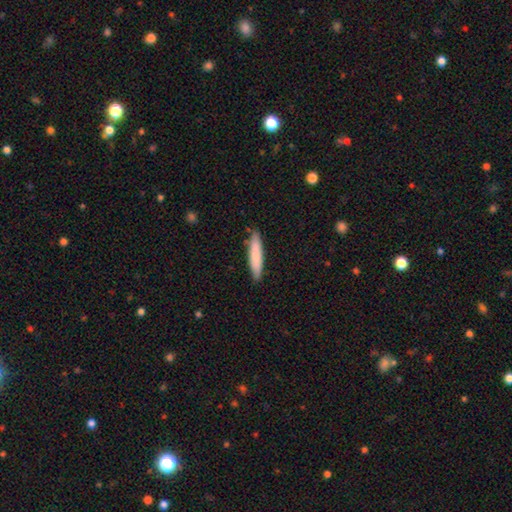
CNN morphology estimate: Smooth or featured: smooth — 80% (featured or disk — 15%)
How rounded: cigar-shaped — 87% (in between — 12%)
Merging: none — 85% (minor disturbance — 12%)